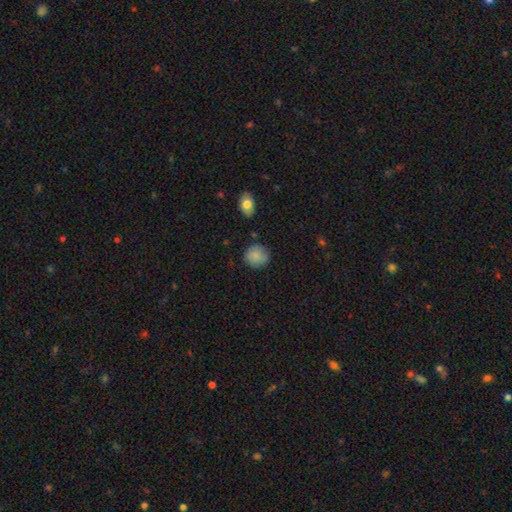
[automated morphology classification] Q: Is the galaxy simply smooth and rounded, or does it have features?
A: smooth — 86%.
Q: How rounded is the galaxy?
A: round — 86%.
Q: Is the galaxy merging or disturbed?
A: none — 80%.